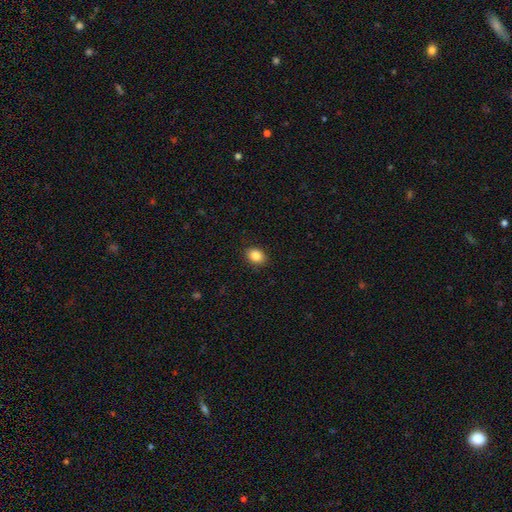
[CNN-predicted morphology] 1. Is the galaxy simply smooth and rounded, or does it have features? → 86% smooth, 9% star or artifact, 5% featured or disk.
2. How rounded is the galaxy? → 63% in between, 35% round, 1% cigar-shaped.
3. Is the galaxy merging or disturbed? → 89% none, 8% minor disturbance, 2% major disturbance, 1% merger.